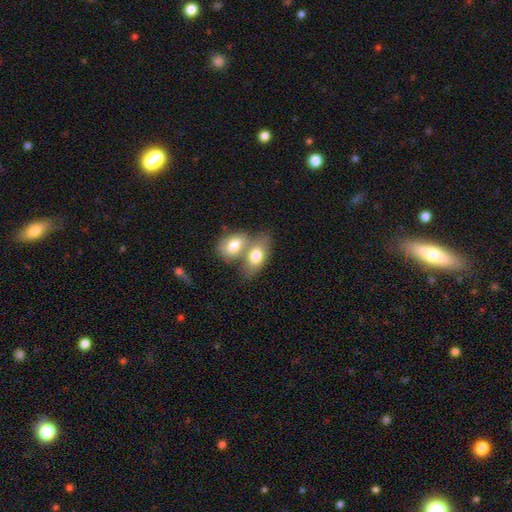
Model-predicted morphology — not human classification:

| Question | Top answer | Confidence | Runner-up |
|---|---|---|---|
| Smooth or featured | smooth | 75% | featured or disk (19%) |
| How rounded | in between | 87% | round (10%) |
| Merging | merger | 67% | none (22%) |